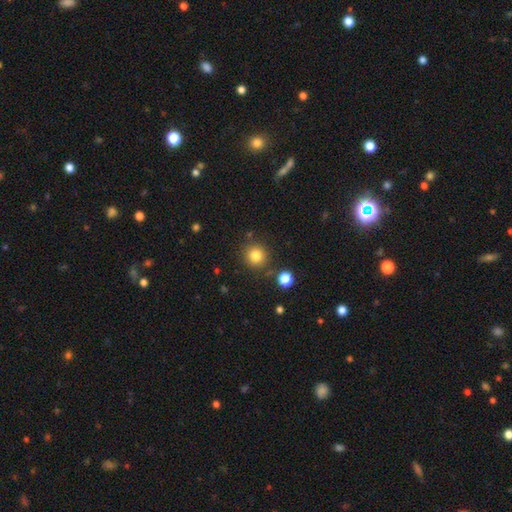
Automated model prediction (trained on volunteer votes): Overall: smooth (82%). How rounded: round (92%). Merging: none (85%).